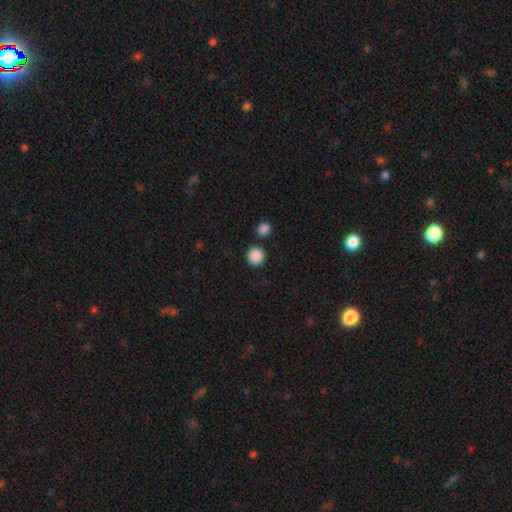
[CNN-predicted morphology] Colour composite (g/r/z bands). It shows a smooth galaxy with no disk features (88%) that is round (94%). Merging: none (86%).